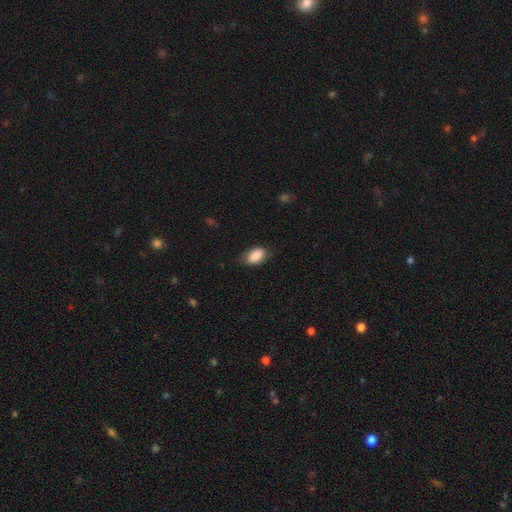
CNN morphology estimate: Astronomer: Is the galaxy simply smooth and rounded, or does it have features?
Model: smooth — 88%.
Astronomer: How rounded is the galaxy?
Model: in between — 90%.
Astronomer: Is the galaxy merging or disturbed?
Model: none — 72%.